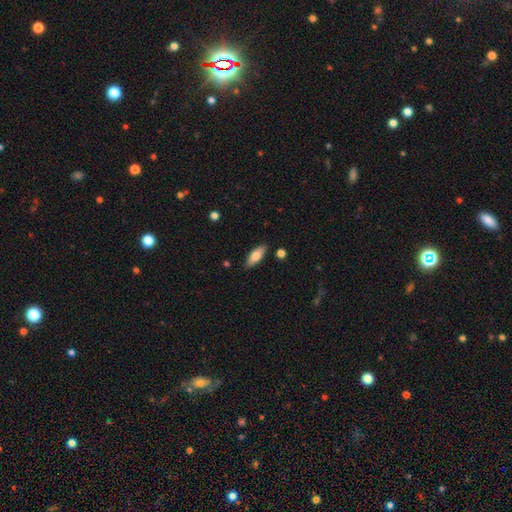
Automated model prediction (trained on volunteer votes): Smooth or featured?
  - smooth: 73% *
  - featured or disk: 21%
  - star or artifact: 6%
How rounded?
  - in between: 68% *
  - cigar-shaped: 30%
  - round: 2%
Merging?
  - none: 87% *
  - minor disturbance: 10%
  - major disturbance: 2%
  - merger: 2%